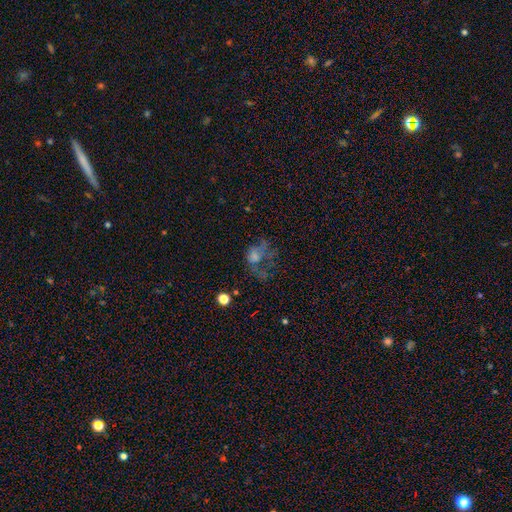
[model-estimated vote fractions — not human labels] Overall: smooth (43%; featured or disk 37%). Merging: major disturbance (52%; none 27%).